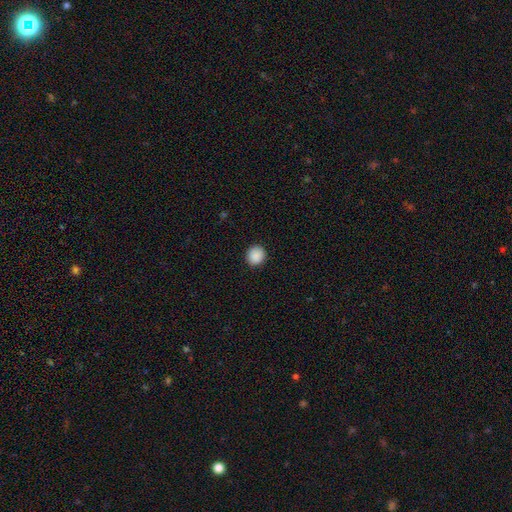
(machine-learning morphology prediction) Smooth or featured: smooth — 90% (star or artifact — 8%)
How rounded: round — 86% (in between — 13%)
Merging: none — 91% (minor disturbance — 6%)